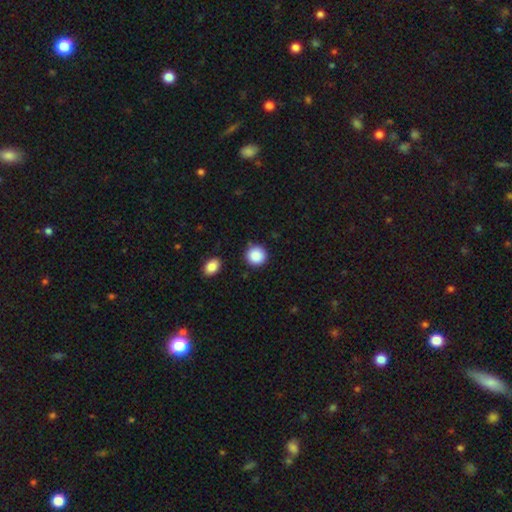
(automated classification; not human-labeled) A smooth galaxy with no disk features (89%) that is round (93%). Merging: none (87%).